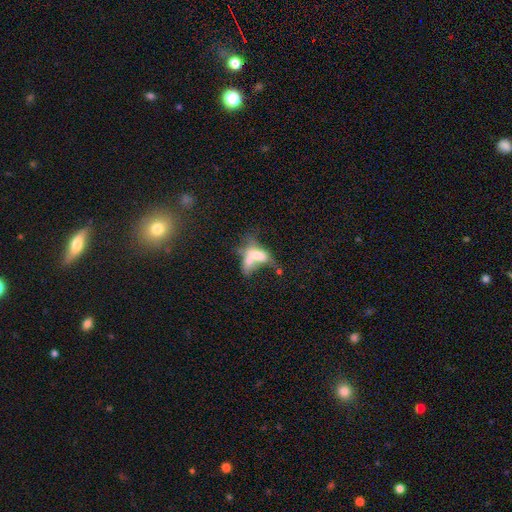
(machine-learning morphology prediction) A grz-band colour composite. It shows a smooth galaxy with no disk features (53%) that is in between round and cigar-shaped (78%). Merging: merger (60%).